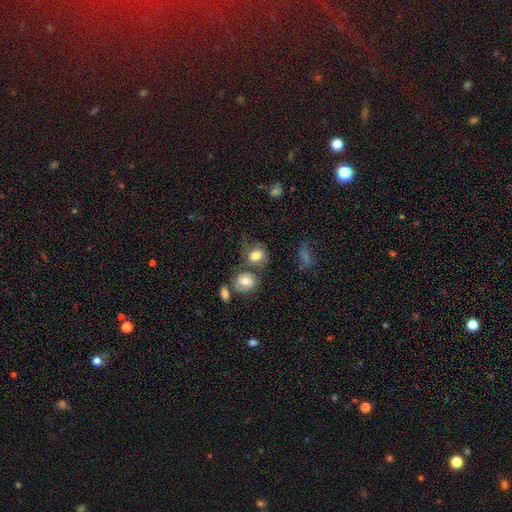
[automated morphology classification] Overall: smooth (75%). How rounded: round (55%; in between 44%). Merging: none (46%; merger 23%).